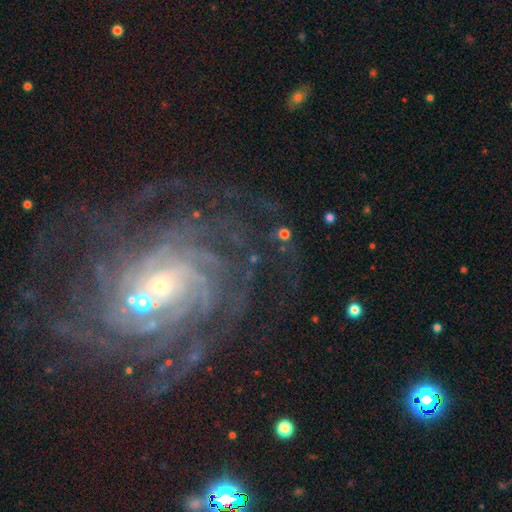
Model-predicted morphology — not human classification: type=featured or disk (86%); edge-on=no (97%); bar=no (64%); spiral arms=yes (98%); winding=tight (73%); arm count=more than 4 (37%); bulge=small (71%); merging=none (68%).